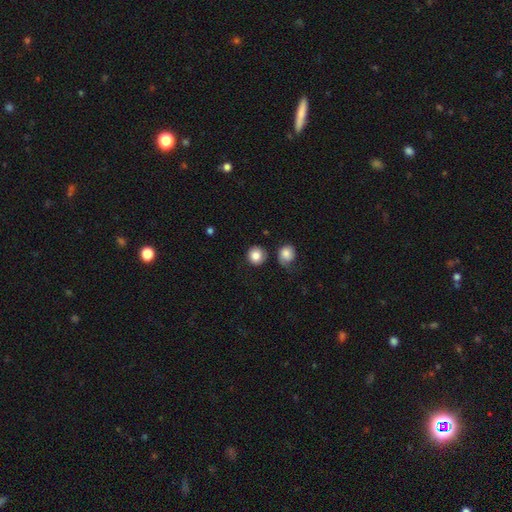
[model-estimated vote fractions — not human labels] A smooth galaxy with no disk features (85%) that is round (91%).

Vote fractions:
- Smooth or featured? smooth: 85% / star or artifact: 8% / featured or disk: 7%
- How rounded? round: 91% / in between: 8% / cigar-shaped: 1%
- Merging? none: 79% / minor disturbance: 11% / merger: 5% / major disturbance: 4%